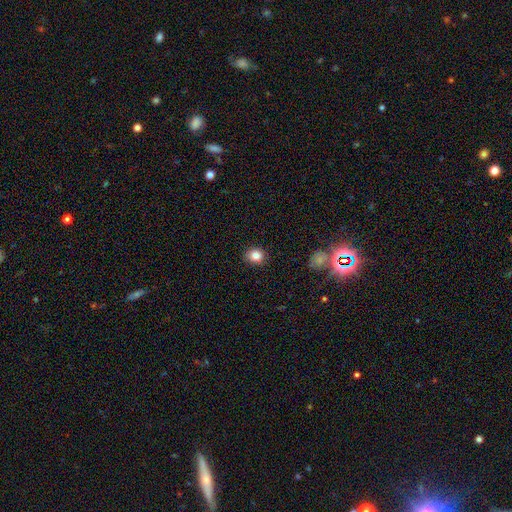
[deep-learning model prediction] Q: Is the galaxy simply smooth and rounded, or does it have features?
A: smooth — 84%.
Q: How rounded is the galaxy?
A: round — 73%.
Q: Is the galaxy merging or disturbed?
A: none — 88%.